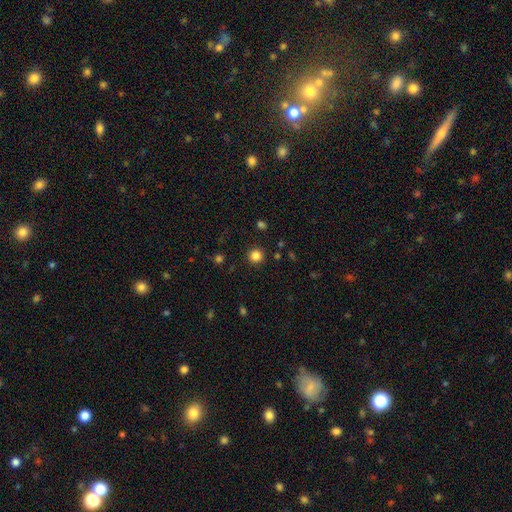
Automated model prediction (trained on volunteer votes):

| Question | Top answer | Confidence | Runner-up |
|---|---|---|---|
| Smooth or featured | smooth | 83% | star or artifact (13%) |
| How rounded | round | 94% | in between (6%) |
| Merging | none | 91% | minor disturbance (5%) |